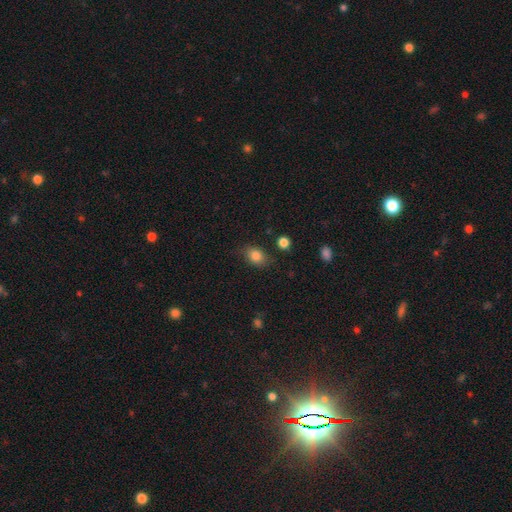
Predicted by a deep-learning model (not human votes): Smooth or featured? Predicted: smooth (p=0.82). How rounded? Predicted: in between (p=0.71). Merging? Predicted: none (p=0.75).